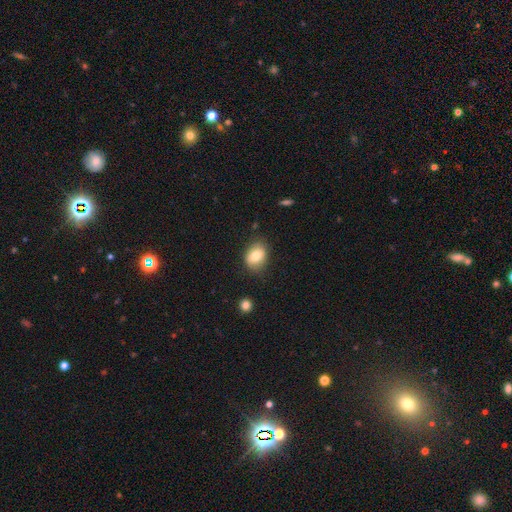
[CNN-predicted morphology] Overall: smooth (79%). How rounded: in between (65%; round 34%). Merging: none (76%).